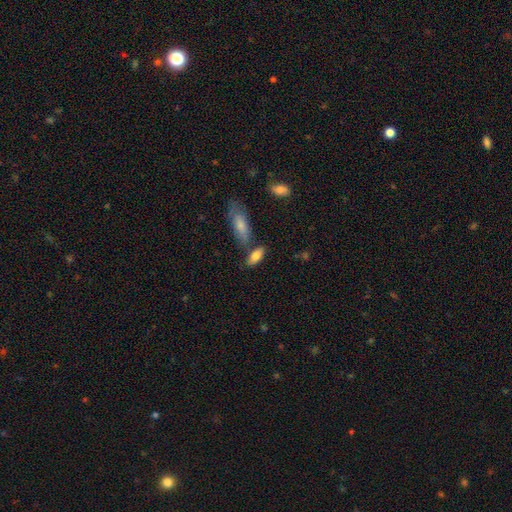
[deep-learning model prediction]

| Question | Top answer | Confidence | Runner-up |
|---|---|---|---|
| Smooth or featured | smooth | 79% | featured or disk (15%) |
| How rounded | in between | 79% | cigar-shaped (19%) |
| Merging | none | 68% | merger (14%) |